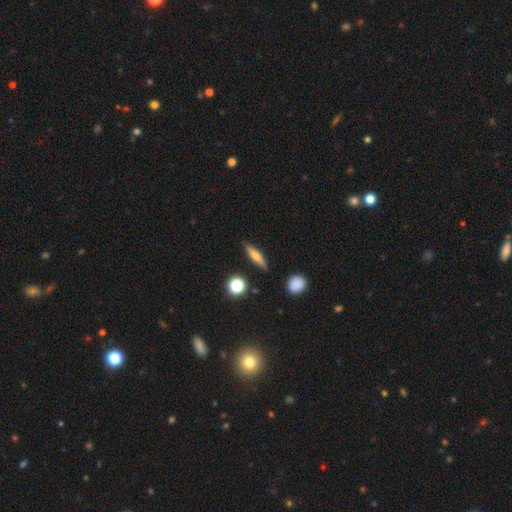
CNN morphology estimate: A smooth galaxy with no disk features (56%) that is cigar-shaped (69%).

Vote fractions:
- Smooth or featured? smooth: 56% / featured or disk: 35% / star or artifact: 9%
- How rounded? cigar-shaped: 69% / in between: 24% / round: 7%
- Merging? none: 85% / minor disturbance: 10% / major disturbance: 2% / merger: 2%